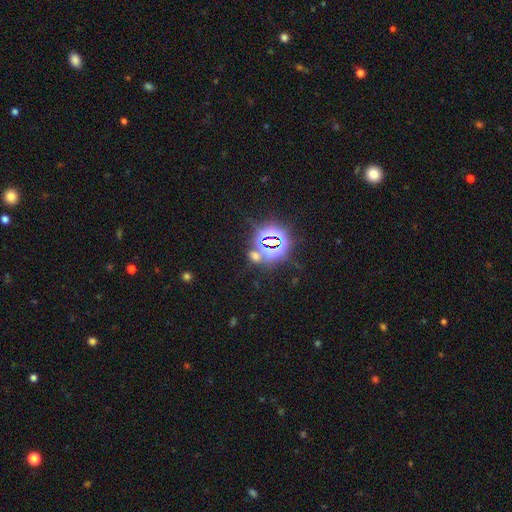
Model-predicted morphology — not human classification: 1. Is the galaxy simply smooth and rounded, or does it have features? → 65% star or artifact, 27% smooth, 7% featured or disk.